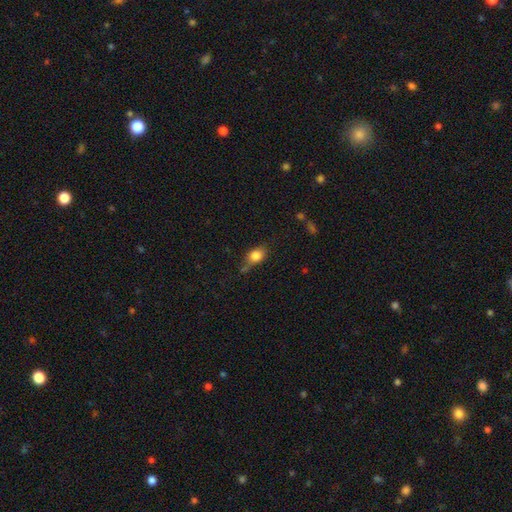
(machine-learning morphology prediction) Smooth or featured?
  - smooth: 82% *
  - featured or disk: 9%
  - star or artifact: 9%
How rounded?
  - in between: 67% *
  - round: 30%
  - cigar-shaped: 3%
Merging?
  - none: 58% *
  - minor disturbance: 25%
  - merger: 10%
  - major disturbance: 7%